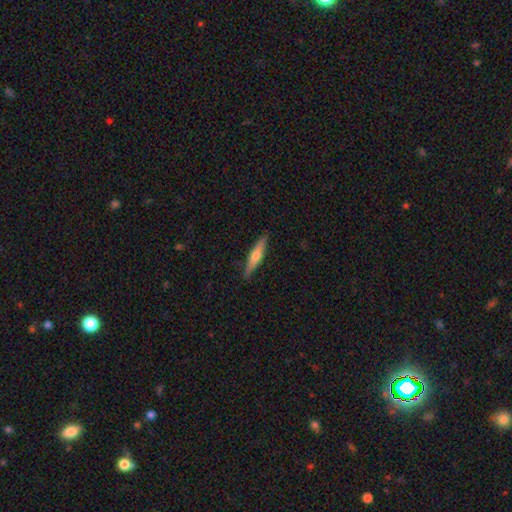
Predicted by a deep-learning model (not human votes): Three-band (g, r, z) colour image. It shows a featured or disk galaxy (49%). Merging: none (88%).